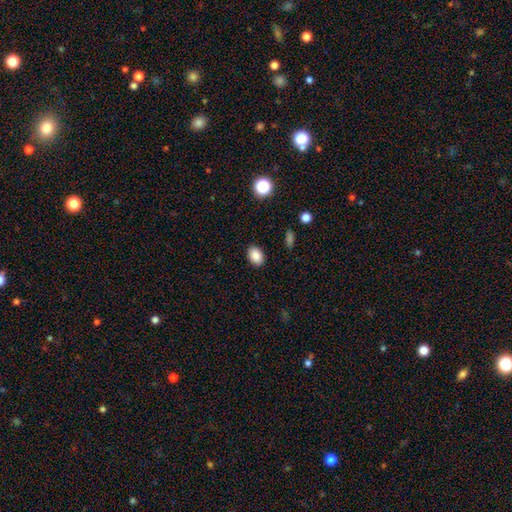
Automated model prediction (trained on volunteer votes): The model was most divided on "how rounded": in between: 81%, round: 18%, cigar-shaped: 1%. More confident: merging — none (88%); smooth or featured — smooth (87%).